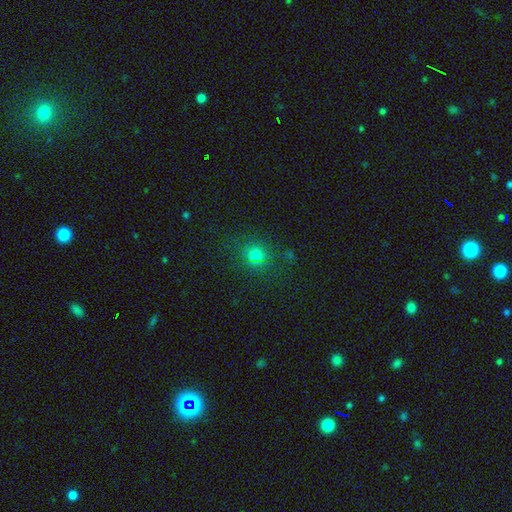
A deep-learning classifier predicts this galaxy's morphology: A smooth galaxy with no disk features (77%) that is round (89%).

Vote fractions:
- Smooth or featured? smooth: 77% / star or artifact: 17% / featured or disk: 6%
- How rounded? round: 89% / in between: 10% / cigar-shaped: 1%
- Merging? none: 83% / minor disturbance: 10% / major disturbance: 4% / merger: 3%